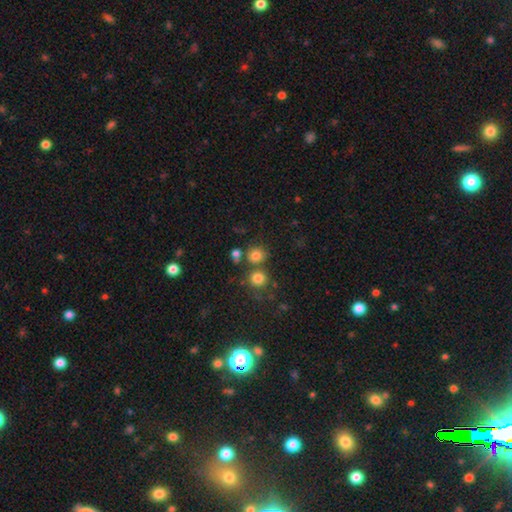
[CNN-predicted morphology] Smooth or featured: smooth — 78% (star or artifact — 14%)
How rounded: round — 85% (in between — 14%)
Merging: none — 68% (merger — 20%)